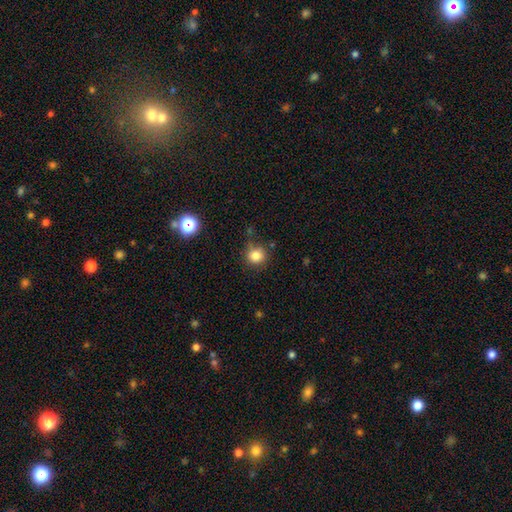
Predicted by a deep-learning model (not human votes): This is clearly a smooth galaxy (82%). How rounded: clearly round (86%). Merging: likely none (74%).